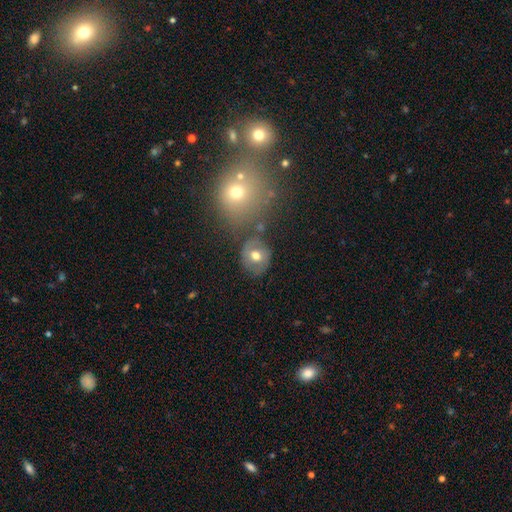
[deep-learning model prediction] Morphology: type=smooth (64%); roundness=round (77%); merging=none (70%).